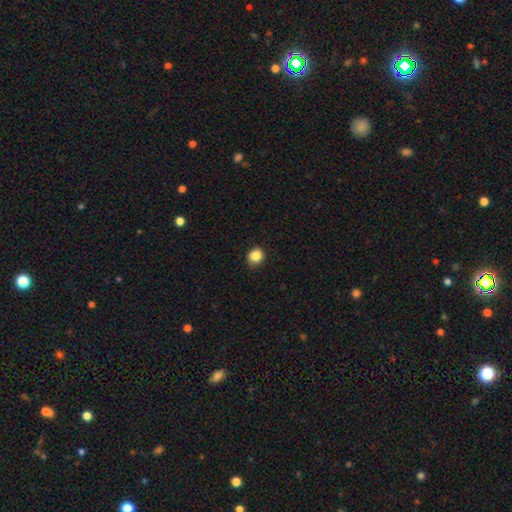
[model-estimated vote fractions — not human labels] smooth_or_featured: smooth (p=0.86) [alt: star or artifact p=0.10]
how_rounded: round (p=0.81) [alt: in between p=0.18]
merging: none (p=0.86) [alt: minor disturbance p=0.11]